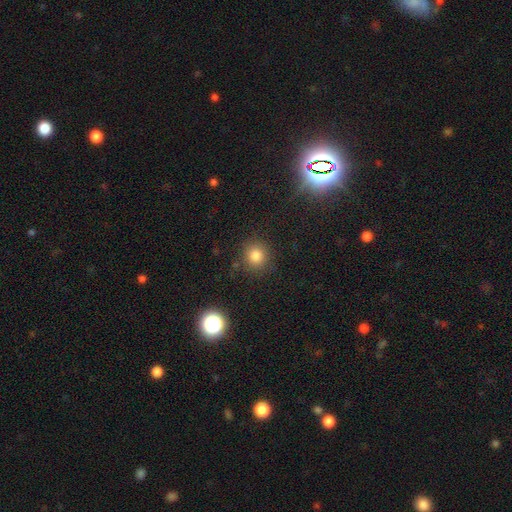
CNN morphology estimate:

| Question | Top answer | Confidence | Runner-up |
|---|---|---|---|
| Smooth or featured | smooth | 81% | star or artifact (14%) |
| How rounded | round | 89% | in between (10%) |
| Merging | none | 86% | minor disturbance (8%) |